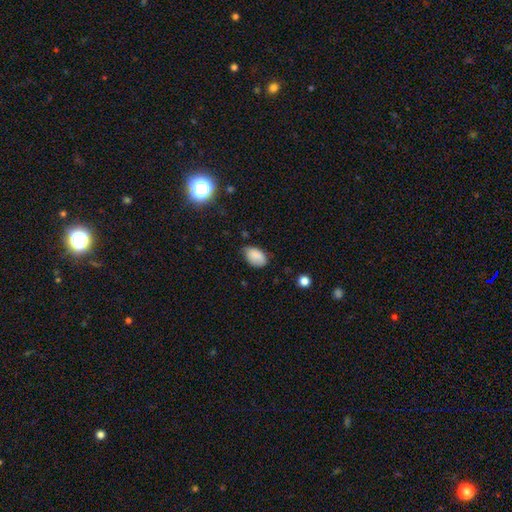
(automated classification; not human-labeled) Morphology: type=smooth (85%); roundness=in between (89%); merging=none (62%).